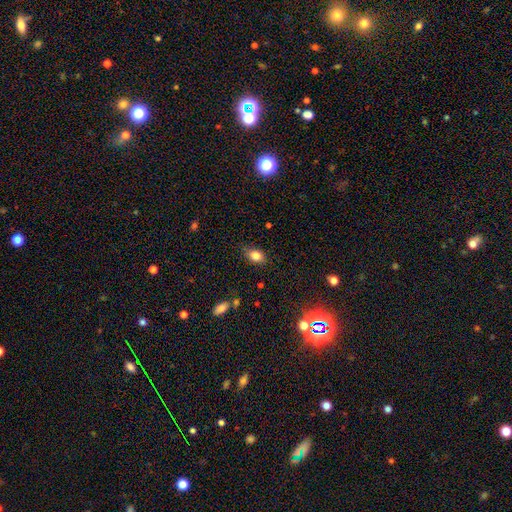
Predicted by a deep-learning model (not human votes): smooth 82%, star or artifact 10%, featured or disk 7%. Down the decision tree: how rounded — in between (75%); merging — none (77%).